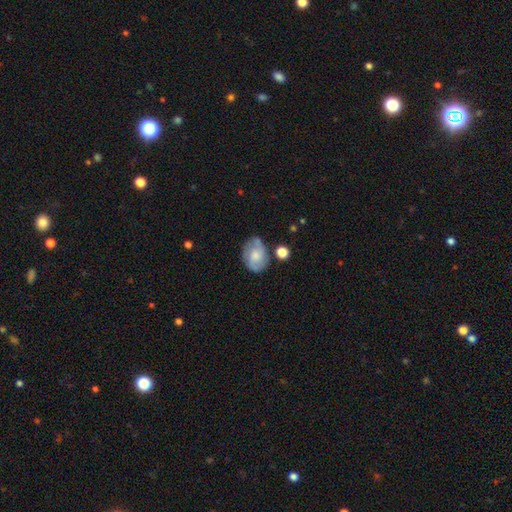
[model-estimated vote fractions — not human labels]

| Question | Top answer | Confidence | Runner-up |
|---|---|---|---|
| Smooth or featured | featured or disk | 49% | smooth (43%) |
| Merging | none | 63% | minor disturbance (23%) |